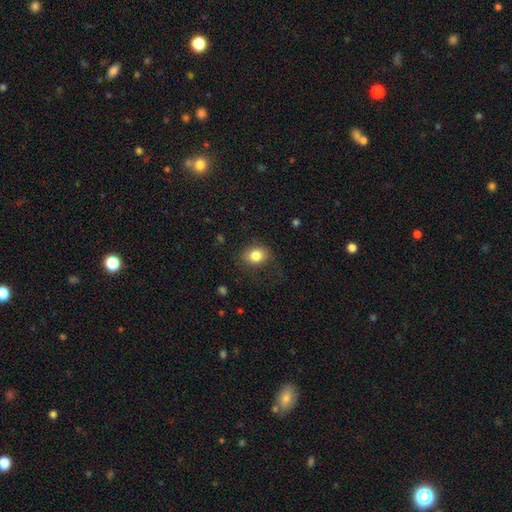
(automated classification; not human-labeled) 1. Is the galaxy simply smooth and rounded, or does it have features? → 82% smooth, 10% star or artifact, 8% featured or disk.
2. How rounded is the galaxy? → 53% in between, 46% round, 1% cigar-shaped.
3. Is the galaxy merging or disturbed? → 76% none, 15% minor disturbance, 7% major disturbance, 1% merger.